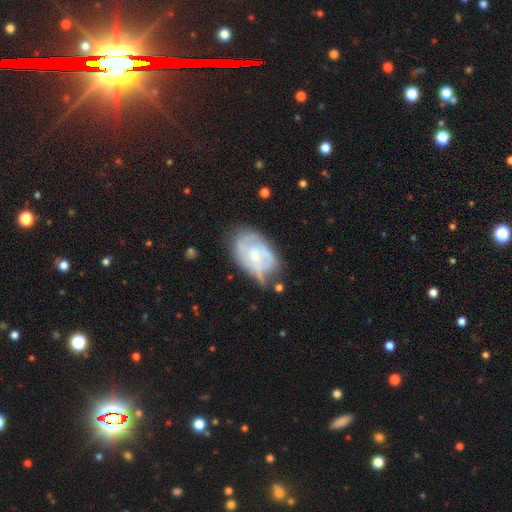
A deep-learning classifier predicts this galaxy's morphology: This appears to be a featured or disk galaxy (69%) with no bar (61%), tight (49%) spiral arms (76%) and a small central bulge (42%). Merging: none (49%).